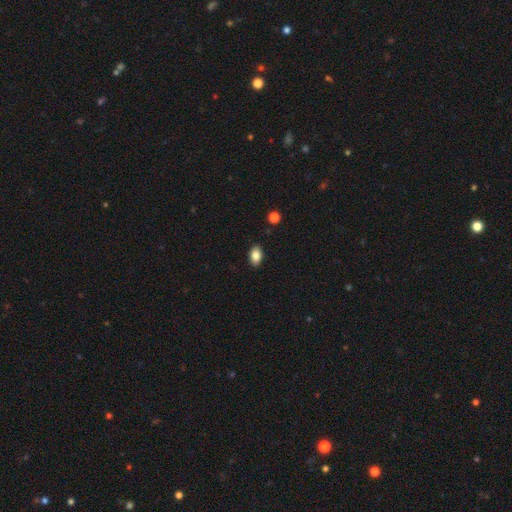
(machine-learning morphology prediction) smooth_or_featured: smooth (p=0.85) [alt: star or artifact p=0.08]
how_rounded: in between (p=0.88) [alt: round p=0.10]
merging: none (p=0.88) [alt: minor disturbance p=0.08]